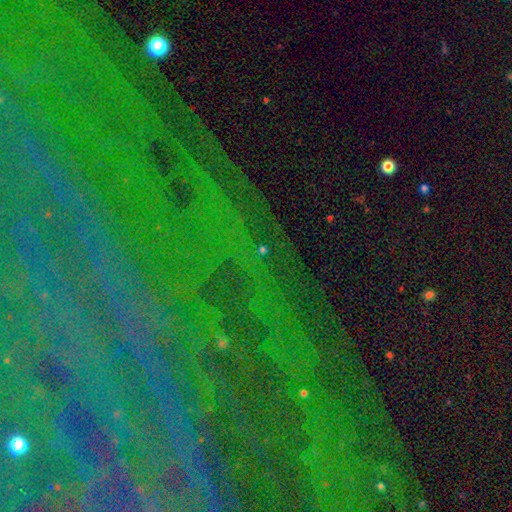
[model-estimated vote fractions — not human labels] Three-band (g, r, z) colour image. It shows a star or artifact, not a galaxy (80%).